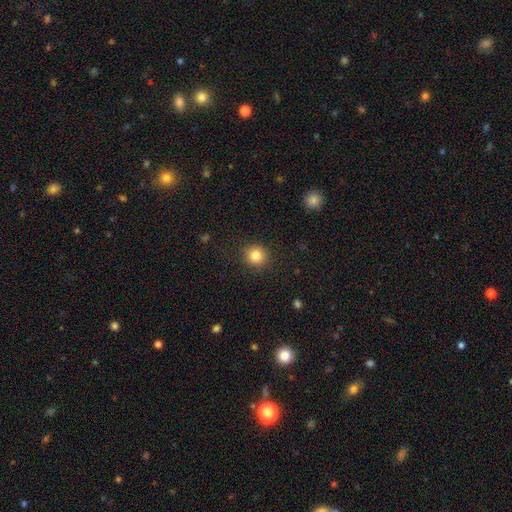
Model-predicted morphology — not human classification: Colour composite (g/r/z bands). It shows a smooth galaxy with no disk features (84%) that is round (92%). Merging: none (90%).